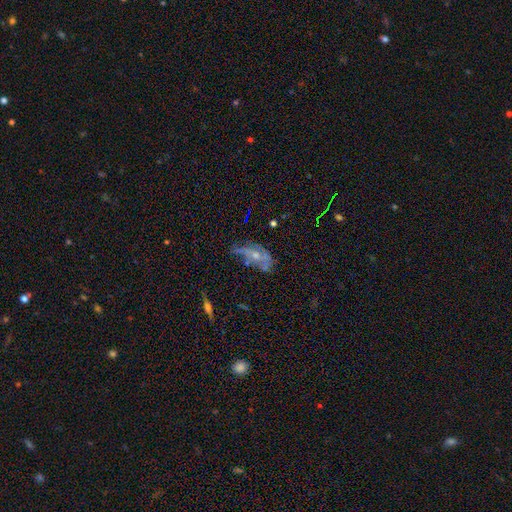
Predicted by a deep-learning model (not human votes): smooth-or-featured: featured or disk: 58% | smooth: 27% | star or artifact: 14%
  disk-edge-on: no: 88% | yes: 12%
    bar: no: 78% | weak: 18% | strong: 5%
    has-spiral-arms: no: 52% | yes: 48%
    bulge-size: small: 50% | moderate: 41% | none: 6% | large: 2% | dominant: 1%
  merging: none: 34% | major disturbance: 31% | minor disturbance: 28% | merger: 7%